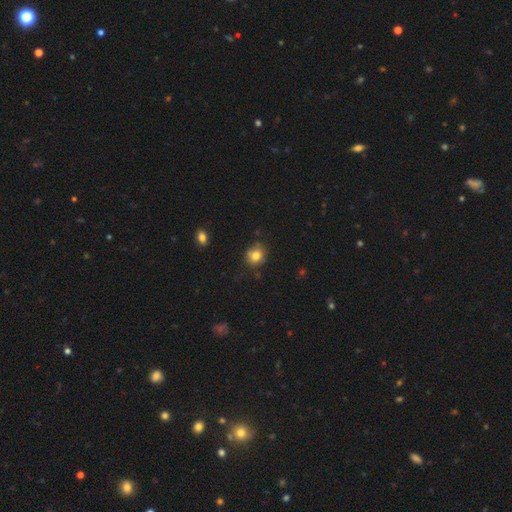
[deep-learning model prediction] Smooth or featured? smooth (79%)
How rounded? round (72%)
Merging? none (74%)